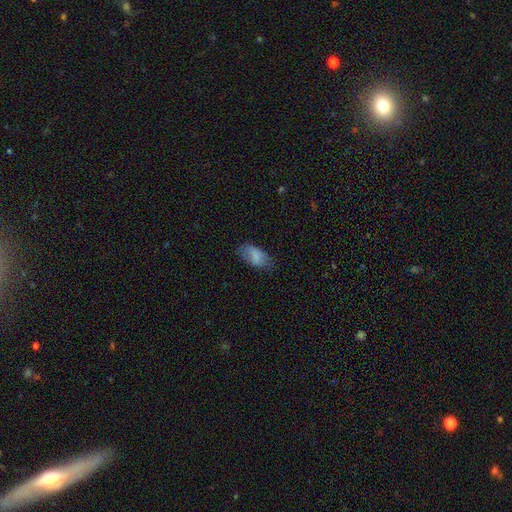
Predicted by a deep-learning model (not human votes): This appears to be a smooth galaxy with no disk features (80%) that is in between round and cigar-shaped (93%). Merging: none (63%).